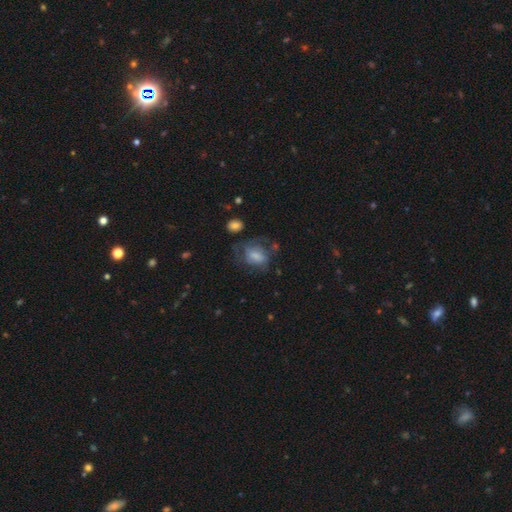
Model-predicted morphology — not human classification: Smooth or featured: smooth — 55% (featured or disk — 35%)
How rounded: in between — 67% (round — 31%)
Merging: major disturbance — 36% (none — 35%)